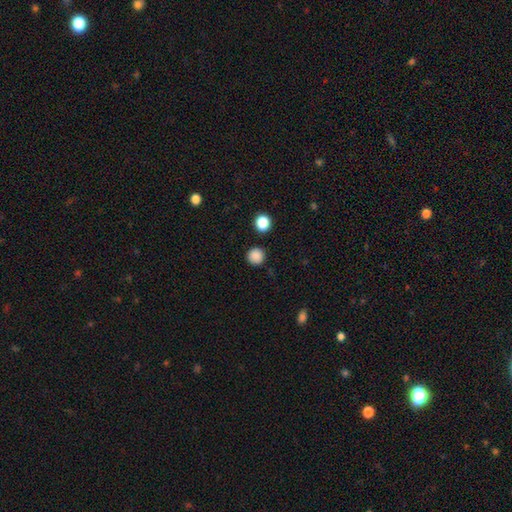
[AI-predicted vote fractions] smooth-or-featured: smooth: 86% | star or artifact: 11% | featured or disk: 3%
  how-rounded: round: 94% | in between: 5% | cigar-shaped: 1%
  merging: none: 90% | minor disturbance: 6% | major disturbance: 2% | merger: 2%